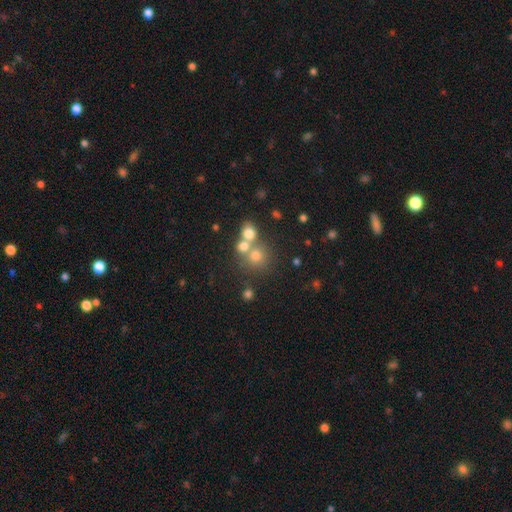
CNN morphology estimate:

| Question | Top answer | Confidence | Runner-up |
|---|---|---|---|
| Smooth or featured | smooth | 68% | star or artifact (18%) |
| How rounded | round | 85% | in between (14%) |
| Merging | none | 47% | merger (41%) |